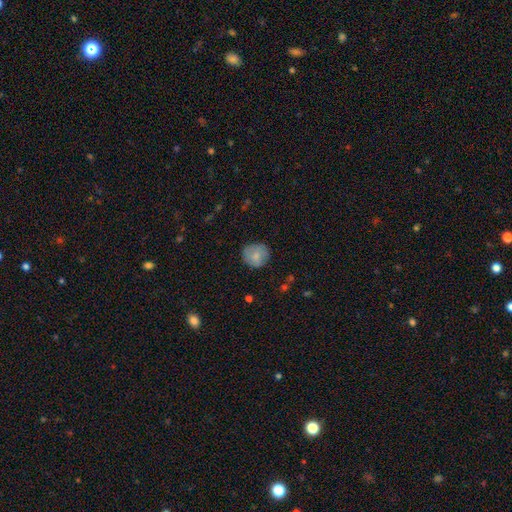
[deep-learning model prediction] Morphology: type=smooth (76%); roundness=round (87%); merging=none (78%).